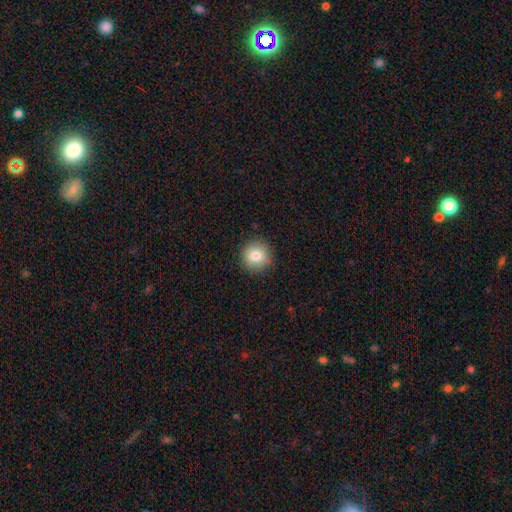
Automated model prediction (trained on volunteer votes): smooth-or-featured: smooth: 82% | star or artifact: 9% | featured or disk: 9%
  how-rounded: round: 93% | in between: 6% | cigar-shaped: 1%
  merging: none: 89% | minor disturbance: 8% | major disturbance: 2% | merger: 1%